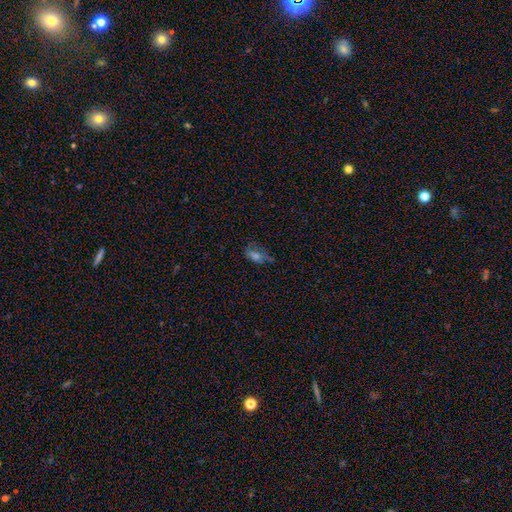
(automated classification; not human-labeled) smooth 51%, star or artifact 25%, featured or disk 25%. Down the decision tree: how rounded — in between (78%); merging — none (54%).